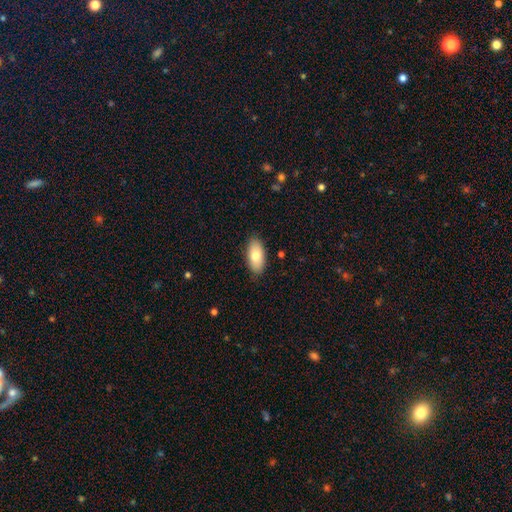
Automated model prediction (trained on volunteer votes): This is likely a smooth galaxy (78%). How rounded: clearly in between (92%). Merging: clearly none (87%).